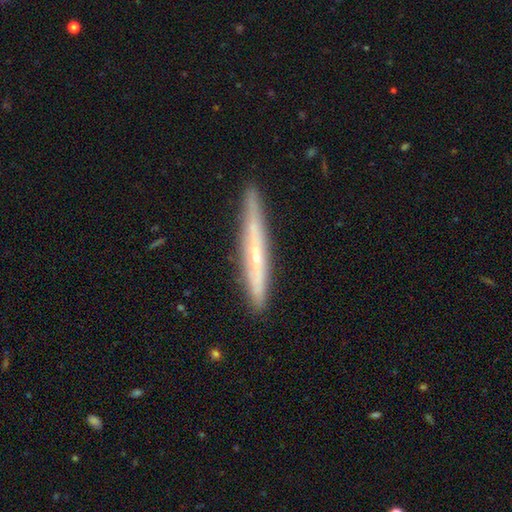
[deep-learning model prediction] smooth-or-featured: featured or disk: 58% | smooth: 35% | star or artifact: 7%
  disk-edge-on: yes: 92% | no: 8%
    edge-on-bulge: none: 58% | rounded: 38% | boxy: 4%
  merging: none: 87% | minor disturbance: 10% | major disturbance: 2% | merger: 1%